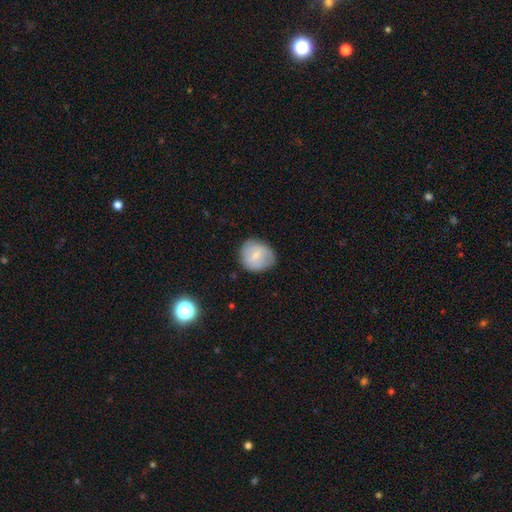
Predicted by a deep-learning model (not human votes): A smooth galaxy with no disk features (56%) that is round (80%). Merging: none (74%).